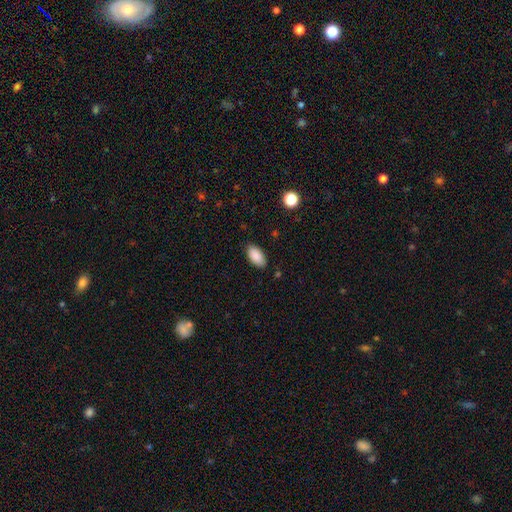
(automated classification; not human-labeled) A smooth galaxy with no disk features (89%) that is in between round and cigar-shaped (94%).

Vote fractions:
- Smooth or featured? smooth: 89% / star or artifact: 7% / featured or disk: 4%
- How rounded? in between: 94% / cigar-shaped: 3% / round: 3%
- Merging? none: 86% / minor disturbance: 11% / major disturbance: 2% / merger: 1%